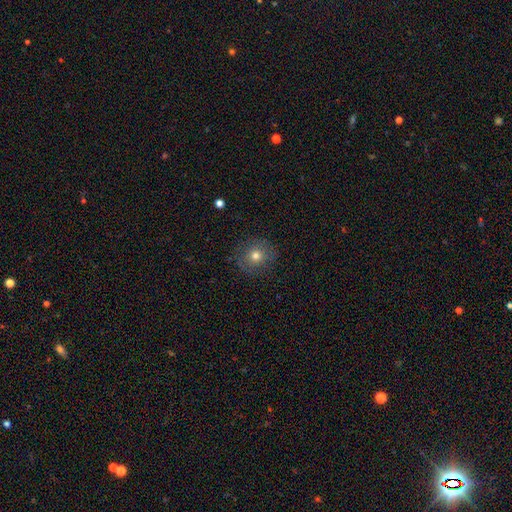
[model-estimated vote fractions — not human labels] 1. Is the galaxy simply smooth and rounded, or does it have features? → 72% smooth, 15% featured or disk, 13% star or artifact.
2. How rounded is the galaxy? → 88% round, 11% in between, 1% cigar-shaped.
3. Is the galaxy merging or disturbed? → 85% none, 10% minor disturbance, 4% major disturbance, 1% merger.